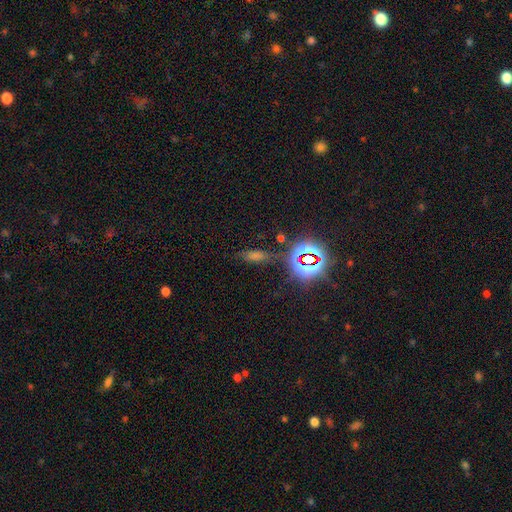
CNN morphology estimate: The model was most divided on "smooth or featured": star or artifact: 47%, smooth: 38%, featured or disk: 15%.